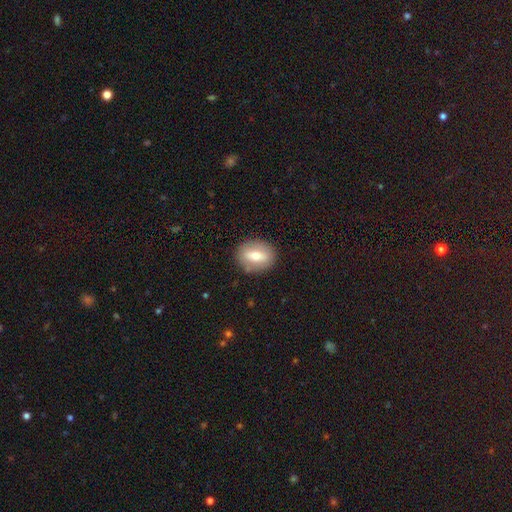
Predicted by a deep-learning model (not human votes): Q: Smooth or featured?
A: smooth (59%); runner-up: featured or disk (34%)
Q: How rounded?
A: in between (56%); runner-up: round (41%)
Q: Merging?
A: none (85%); runner-up: minor disturbance (10%)